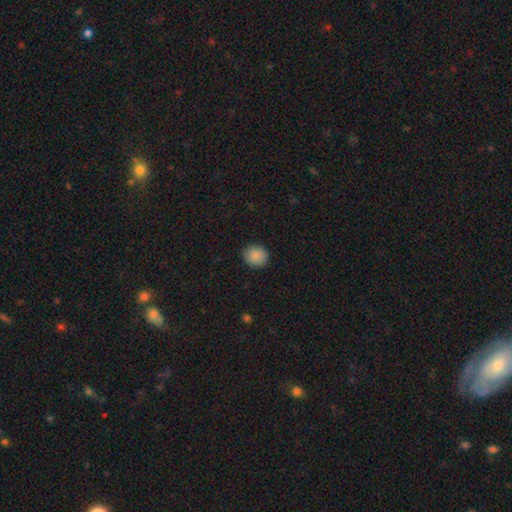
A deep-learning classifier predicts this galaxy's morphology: A smooth galaxy with no disk features (89%) that is round (73%). Merging: none (88%).